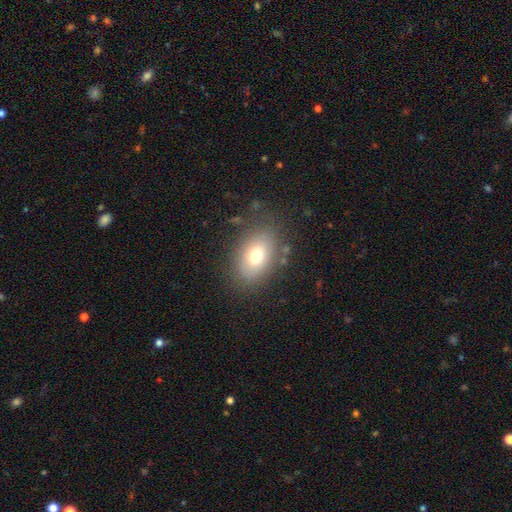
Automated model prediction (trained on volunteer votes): Morphology: type=smooth (70%); roundness=in between (81%); merging=none (78%).